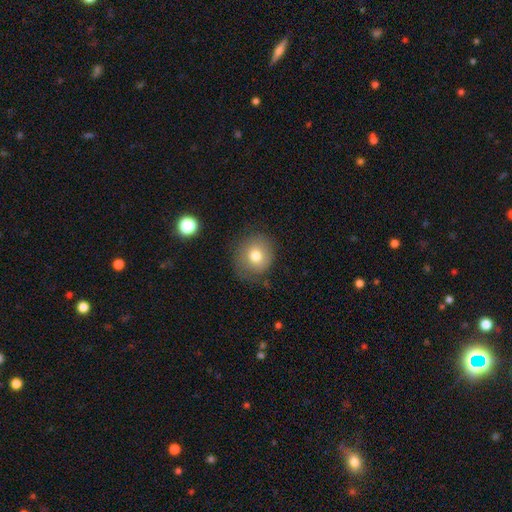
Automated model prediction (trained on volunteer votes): Q: Smooth or featured?
A: smooth (75%); runner-up: featured or disk (14%)
Q: How rounded?
A: round (85%); runner-up: in between (14%)
Q: Merging?
A: none (75%); runner-up: minor disturbance (17%)